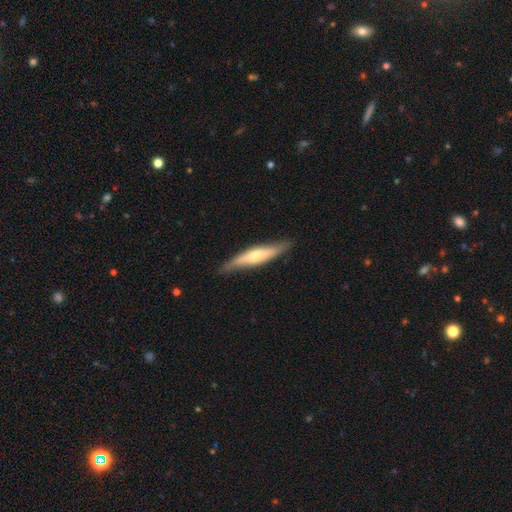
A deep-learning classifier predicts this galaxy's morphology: type=featured or disk (51%); edge-on=yes (87%); merging=none (84%).